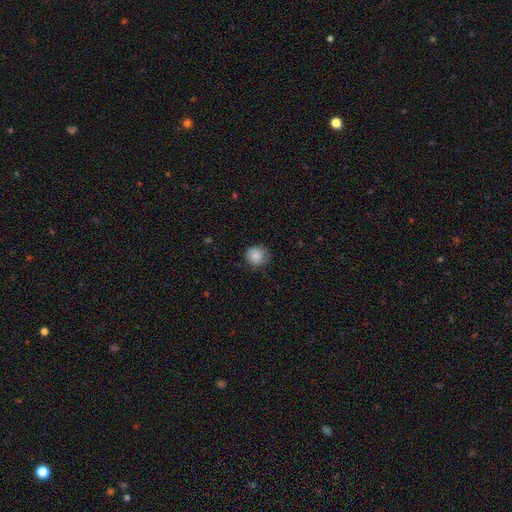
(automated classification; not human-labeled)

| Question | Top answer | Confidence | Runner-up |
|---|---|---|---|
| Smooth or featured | smooth | 83% | featured or disk (10%) |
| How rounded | round | 89% | in between (10%) |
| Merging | none | 74% | minor disturbance (20%) |